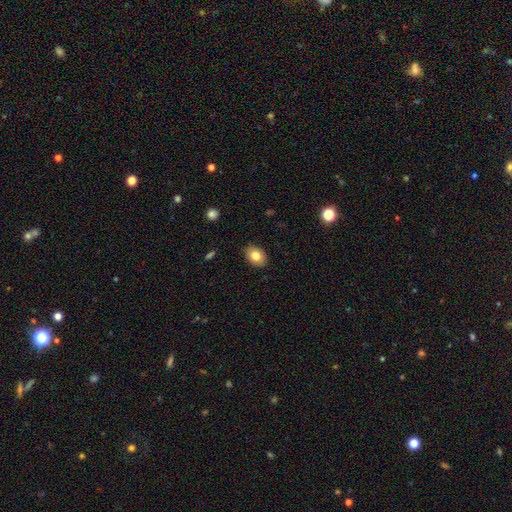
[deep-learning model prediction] Smooth or featured? Predicted: smooth (p=0.79). How rounded? Predicted: in between (p=0.74). Merging? Predicted: none (p=0.88).